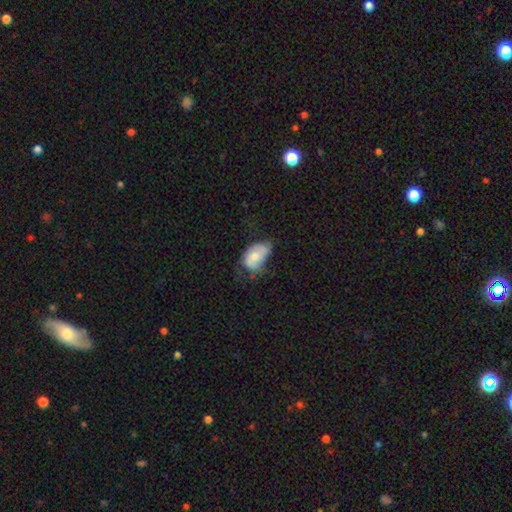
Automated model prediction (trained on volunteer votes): Smooth or featured?
  - smooth: 62% *
  - featured or disk: 31%
  - star or artifact: 7%
How rounded?
  - in between: 88% *
  - round: 10%
  - cigar-shaped: 1%
Merging?
  - minor disturbance: 41% *
  - none: 37%
  - major disturbance: 20%
  - merger: 2%